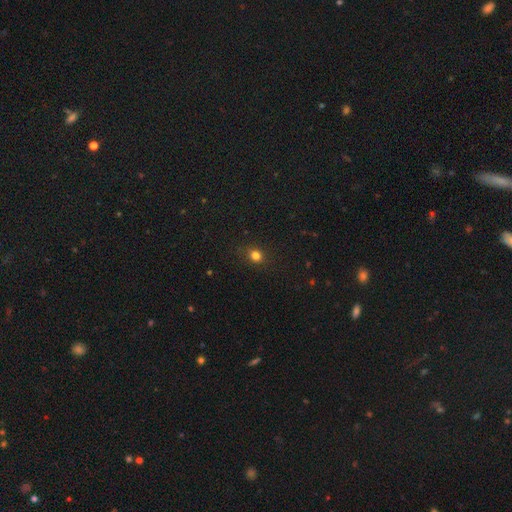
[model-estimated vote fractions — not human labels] smooth 80%, star or artifact 15%, featured or disk 5%. Down the decision tree: how rounded — round (70%); merging — none (87%).